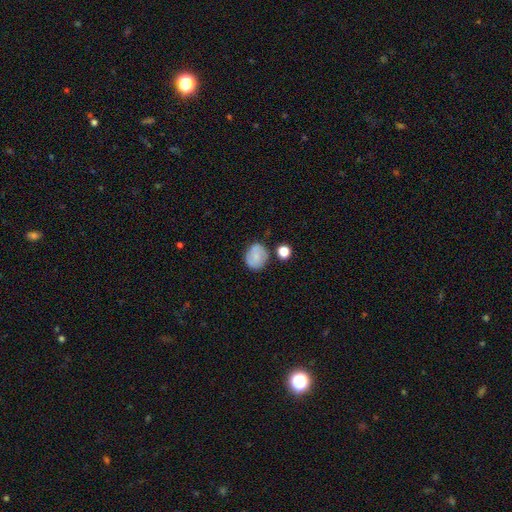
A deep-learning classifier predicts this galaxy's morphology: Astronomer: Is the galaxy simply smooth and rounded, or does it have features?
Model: smooth — 72%.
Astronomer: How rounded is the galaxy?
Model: round — 71%.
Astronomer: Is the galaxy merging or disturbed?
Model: none — 72%.